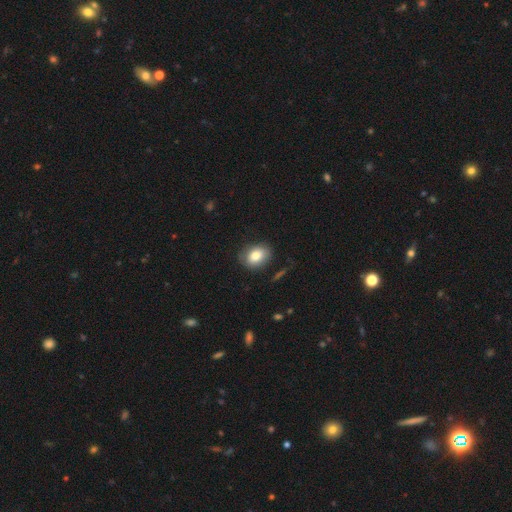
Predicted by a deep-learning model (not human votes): The model was most divided on "how rounded": in between: 68%, round: 31%, cigar-shaped: 1%. More confident: smooth or featured — smooth (81%); merging — none (80%).